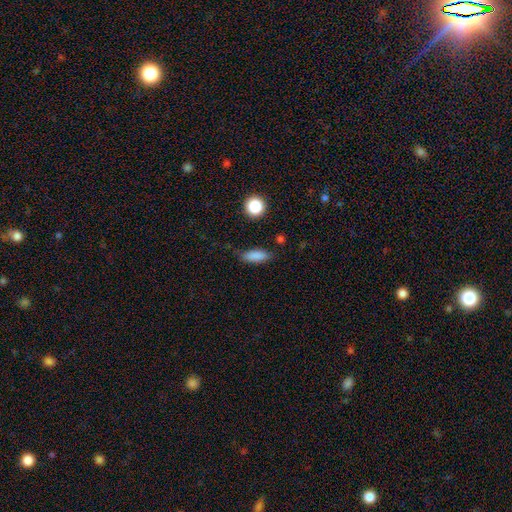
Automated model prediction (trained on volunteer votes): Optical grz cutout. It shows a smooth galaxy with no disk features (85%) that is in between round and cigar-shaped (67%). Merging: none (78%).